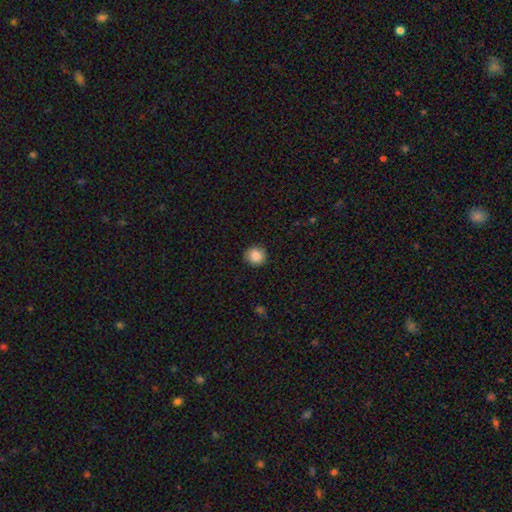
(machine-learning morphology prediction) The model was most divided on "smooth or featured": smooth: 86%, star or artifact: 9%, featured or disk: 5%. More confident: how rounded — round (92%); merging — none (89%).